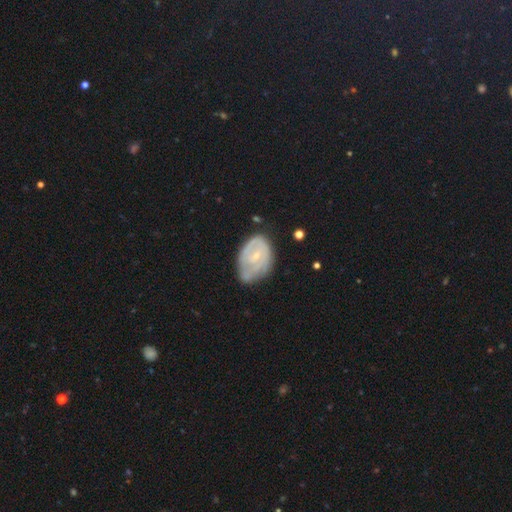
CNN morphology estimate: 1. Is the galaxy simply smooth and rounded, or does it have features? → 69% featured or disk, 25% smooth, 6% star or artifact.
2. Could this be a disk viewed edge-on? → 97% no, 3% yes.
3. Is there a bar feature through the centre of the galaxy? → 62% no, 32% weak, 6% strong.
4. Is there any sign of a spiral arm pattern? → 74% yes, 26% no.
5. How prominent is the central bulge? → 73% small, 23% moderate, 2% none, 1% large, 1% dominant.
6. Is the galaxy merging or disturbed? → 46% none, 37% minor disturbance, 14% major disturbance, 3% merger.